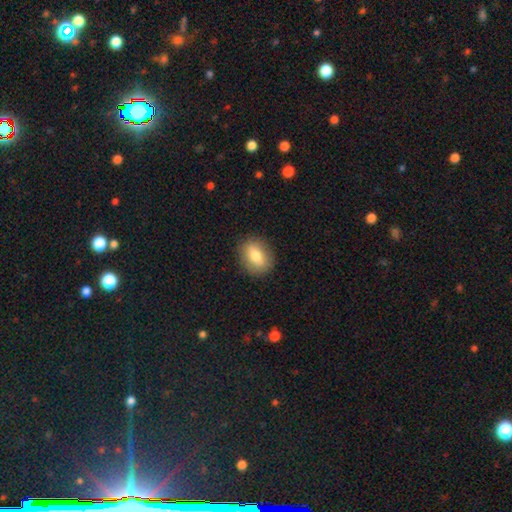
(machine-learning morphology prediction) smooth 76%, featured or disk 16%, star or artifact 8%. Down the decision tree: how rounded — in between (66%); merging — none (87%).